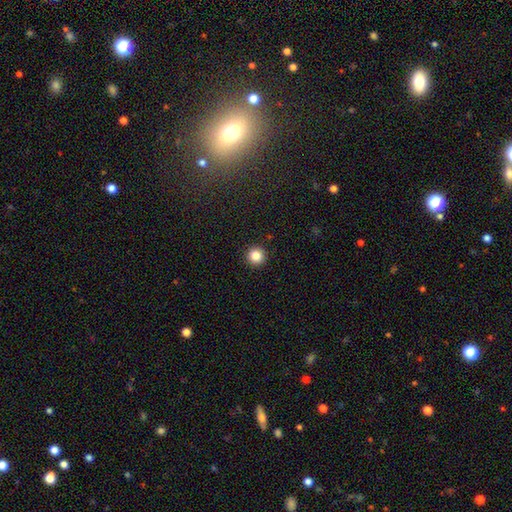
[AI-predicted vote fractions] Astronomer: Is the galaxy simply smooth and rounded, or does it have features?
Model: smooth — 84%.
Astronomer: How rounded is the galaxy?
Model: round — 96%.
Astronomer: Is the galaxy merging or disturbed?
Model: none — 93%.